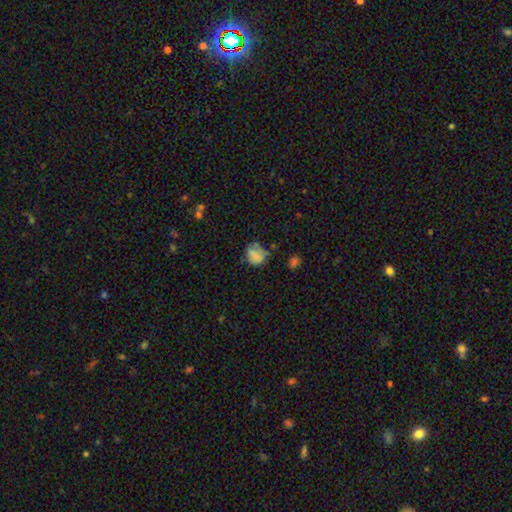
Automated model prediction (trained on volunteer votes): Smooth or featured?
  - smooth: 68% *
  - featured or disk: 20%
  - star or artifact: 12%
How rounded?
  - round: 64% *
  - in between: 35%
  - cigar-shaped: 1%
Merging?
  - none: 46% *
  - minor disturbance: 30%
  - major disturbance: 16%
  - merger: 8%